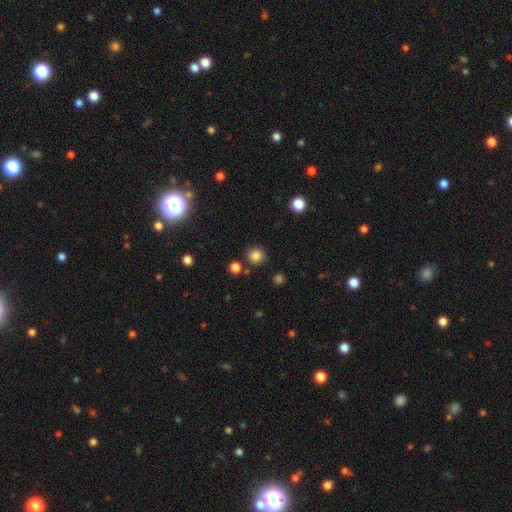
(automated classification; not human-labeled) Smooth or featured? smooth (84%)
How rounded? round (89%)
Merging? none (85%)